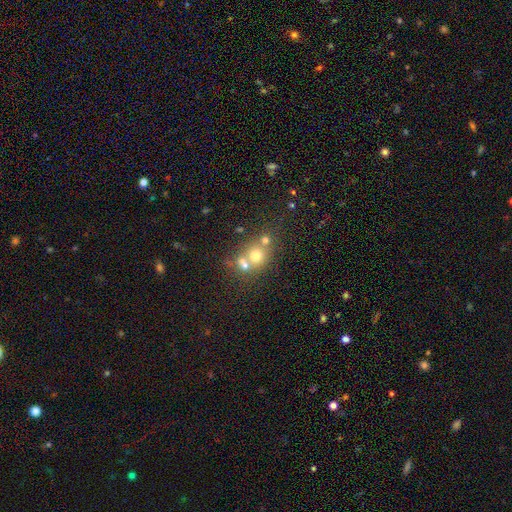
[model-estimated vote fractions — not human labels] smooth-or-featured: smooth: 64% | featured or disk: 19% | star or artifact: 17%
  how-rounded: round: 77% | in between: 22% | cigar-shaped: 1%
  merging: merger: 46% | none: 42% | minor disturbance: 8% | major disturbance: 4%